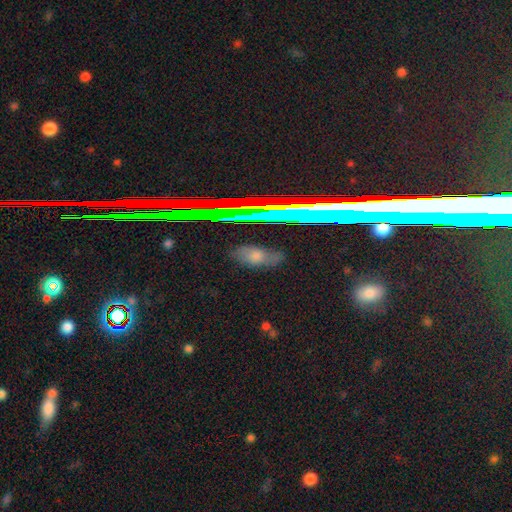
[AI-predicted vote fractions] This appears to be a smooth galaxy with no disk features (45%). Merging: none (80%).